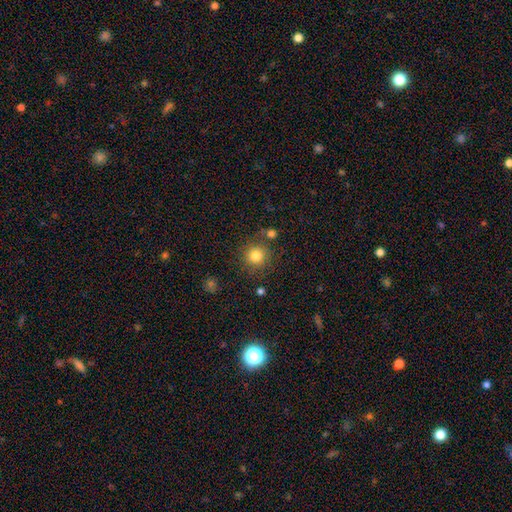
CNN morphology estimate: A smooth galaxy with no disk features (82%) that is round (93%). Merging: none (81%).